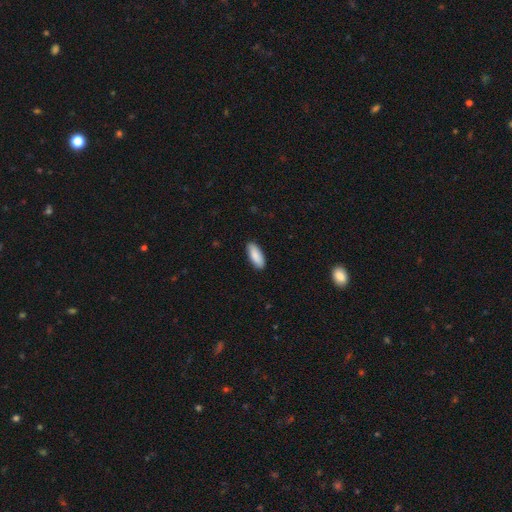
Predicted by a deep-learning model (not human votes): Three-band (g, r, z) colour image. It shows a smooth galaxy with no disk features (88%) that is in between round and cigar-shaped (77%). Merging: none (89%).